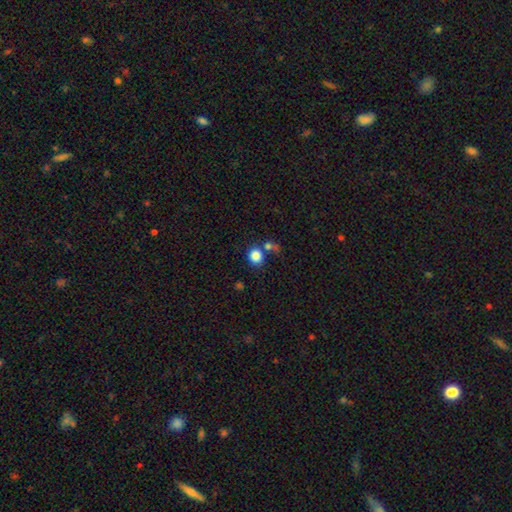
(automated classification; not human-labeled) Smooth or featured? Predicted: smooth (p=0.85). How rounded? Predicted: round (p=0.81). Merging? Predicted: none (p=0.62).